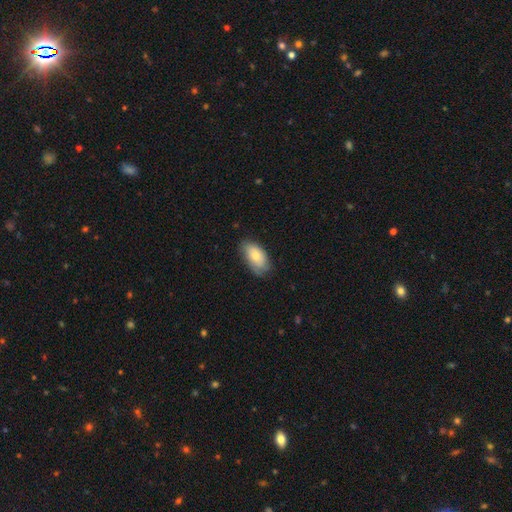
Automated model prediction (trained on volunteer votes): Smooth or featured? smooth (75%)
How rounded? in between (94%)
Merging? none (73%)